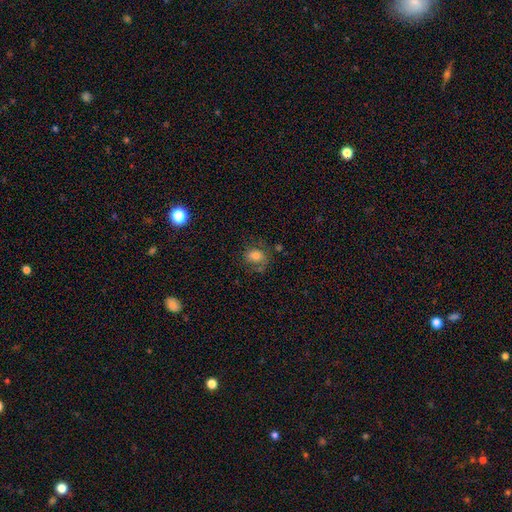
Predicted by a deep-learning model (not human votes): A smooth galaxy with no disk features (70%) that is round (53%). Merging: none (59%).